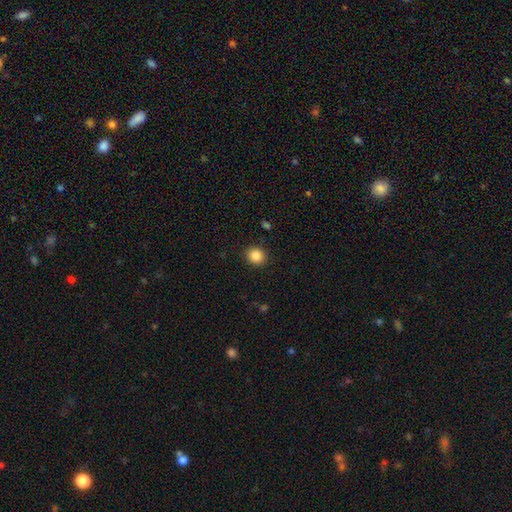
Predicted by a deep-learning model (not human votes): Morphology: type=smooth (86%); roundness=round (81%); merging=none (91%).